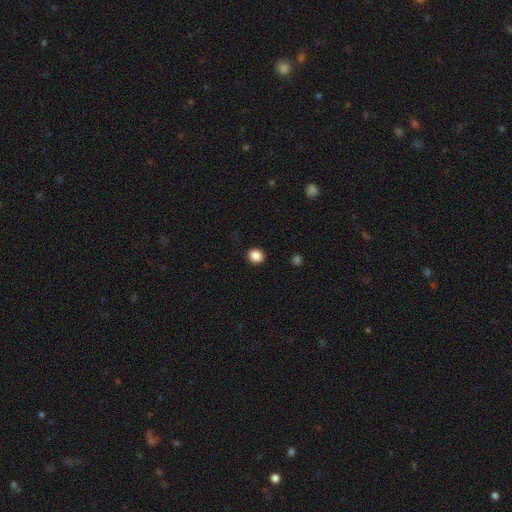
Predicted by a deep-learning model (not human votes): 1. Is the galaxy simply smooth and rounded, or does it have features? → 87% smooth, 10% star or artifact, 3% featured or disk.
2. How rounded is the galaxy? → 77% round, 22% in between, 1% cigar-shaped.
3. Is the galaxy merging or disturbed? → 91% none, 6% minor disturbance, 2% major disturbance, 1% merger.